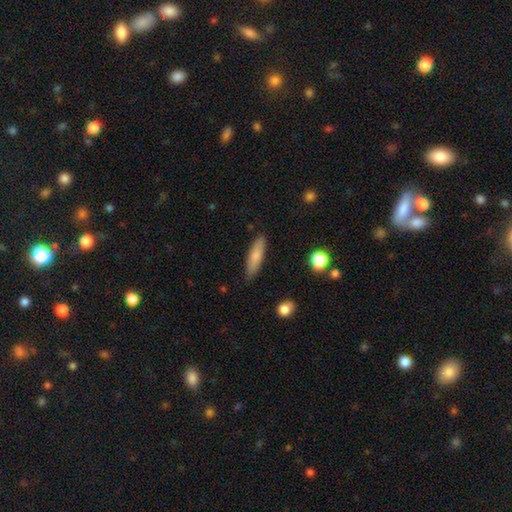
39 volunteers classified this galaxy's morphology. smooth 72%, featured or disk 18%, star or artifact 10%. Down the decision tree: how rounded — cigar-shaped (82%); merging — none (86%).